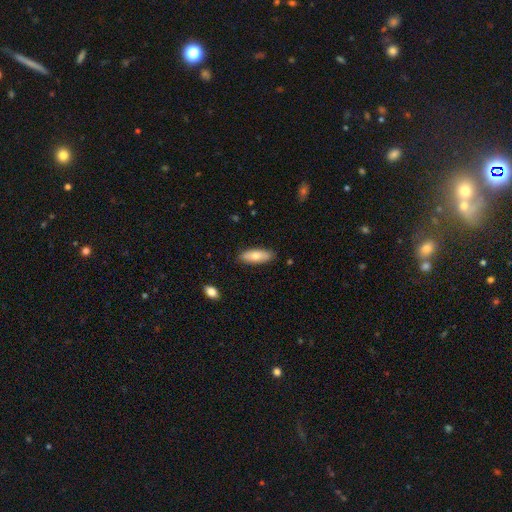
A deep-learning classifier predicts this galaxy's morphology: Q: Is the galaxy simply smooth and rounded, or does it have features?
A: smooth — 72%.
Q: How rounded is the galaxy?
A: in between — 68%.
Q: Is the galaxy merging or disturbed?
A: none — 87%.